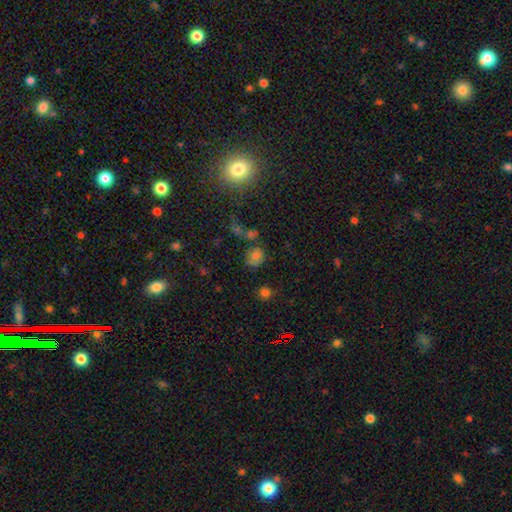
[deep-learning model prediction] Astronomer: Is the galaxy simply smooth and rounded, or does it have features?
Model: smooth — 70%.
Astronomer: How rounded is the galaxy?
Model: round — 70%.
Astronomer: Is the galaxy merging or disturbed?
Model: none — 58%.